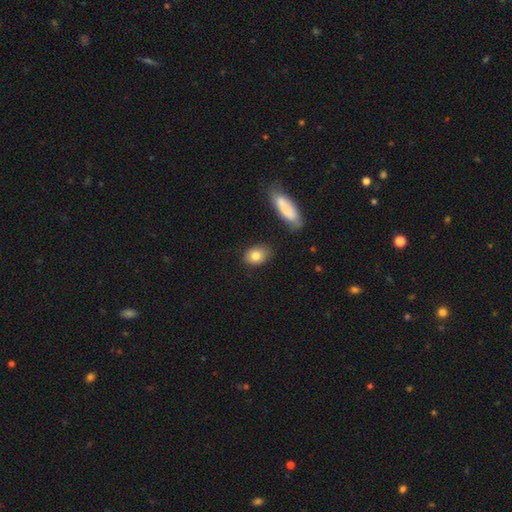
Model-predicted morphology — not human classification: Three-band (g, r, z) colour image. It shows a smooth galaxy with no disk features (81%) that is in between round and cigar-shaped (72%). Merging: none (81%).